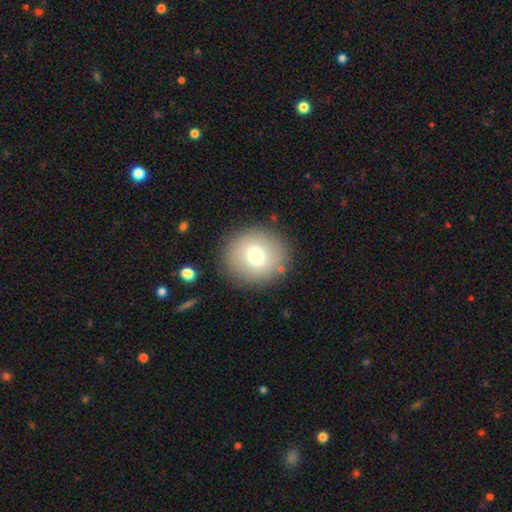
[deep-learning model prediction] smooth_or_featured: smooth (p=0.72) [alt: featured or disk p=0.16]
how_rounded: round (p=0.89) [alt: in between p=0.10]
merging: none (p=0.87) [alt: minor disturbance p=0.07]